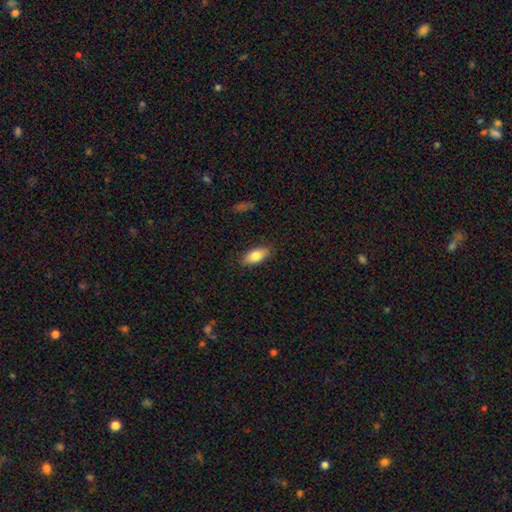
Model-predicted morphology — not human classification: Smooth or featured? Predicted: smooth (p=0.80). How rounded? Predicted: in between (p=0.84). Merging? Predicted: none (p=0.87).